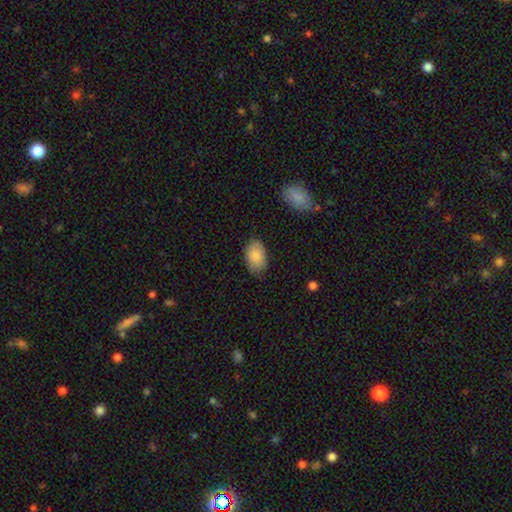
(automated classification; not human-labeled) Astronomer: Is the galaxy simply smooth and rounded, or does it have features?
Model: smooth — 87%.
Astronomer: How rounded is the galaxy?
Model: in between — 91%.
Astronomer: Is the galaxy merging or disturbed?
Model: none — 79%.